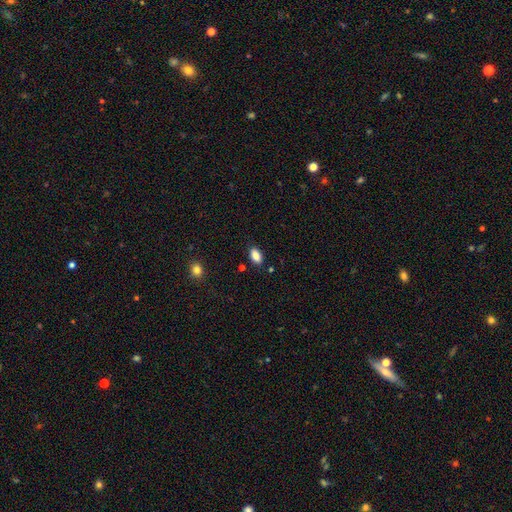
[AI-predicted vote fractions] Morphology: type=smooth (87%); roundness=in between (91%); merging=none (86%).